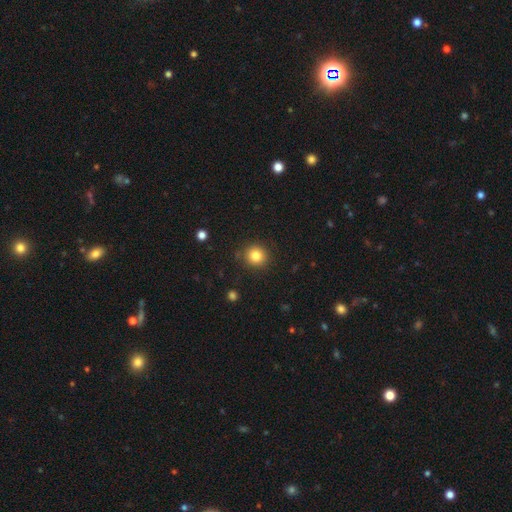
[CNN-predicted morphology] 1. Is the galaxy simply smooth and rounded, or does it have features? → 83% smooth, 11% star or artifact, 6% featured or disk.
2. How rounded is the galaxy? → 90% round, 9% in between, 1% cigar-shaped.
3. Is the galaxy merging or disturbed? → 89% none, 7% minor disturbance, 2% major disturbance, 2% merger.